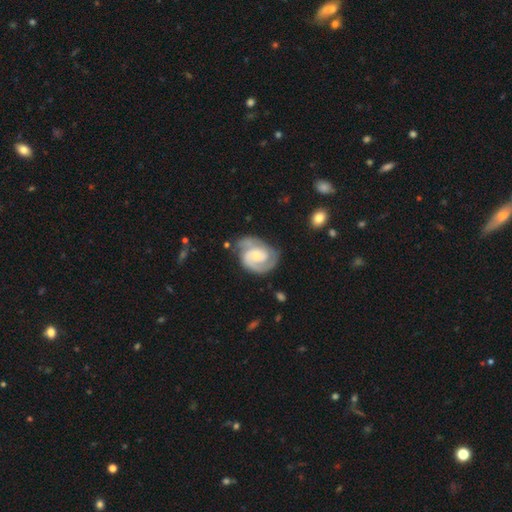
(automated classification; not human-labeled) Q: Smooth or featured?
A: featured or disk (86%); runner-up: smooth (9%)
Q: Edge-on disk?
A: no (98%); runner-up: yes (2%)
Q: Bar?
A: no (62%); runner-up: weak (31%)
Q: Spiral arms?
A: yes (97%); runner-up: no (3%)
Q: Spiral winding?
A: tight (56%); runner-up: medium (37%)
Q: Spiral arm count?
A: 2 (77%); runner-up: can't tell (8%)
Q: Bulge size?
A: small (61%); runner-up: moderate (30%)
Q: Merging?
A: none (65%); runner-up: minor disturbance (22%)